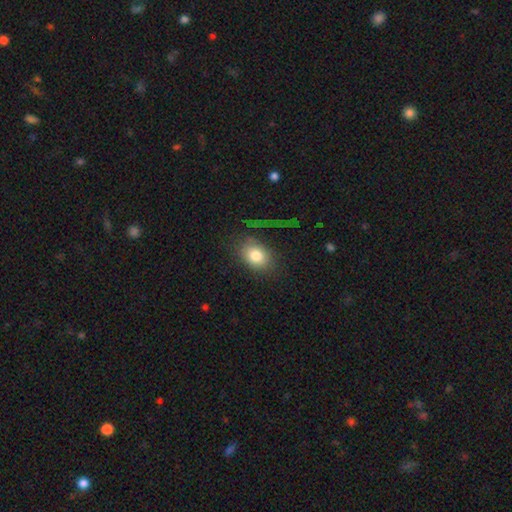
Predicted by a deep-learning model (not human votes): smooth_or_featured: smooth (p=0.79) [alt: featured or disk p=0.12]
how_rounded: in between (p=0.64) [alt: round p=0.34]
merging: none (p=0.65) [alt: major disturbance p=0.17]